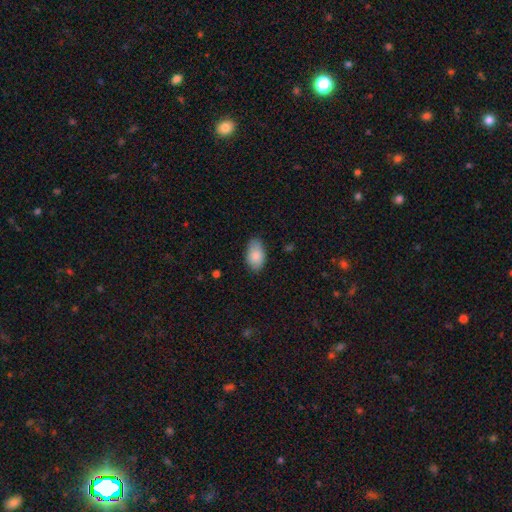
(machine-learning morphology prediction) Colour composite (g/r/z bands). It shows a smooth galaxy with no disk features (87%) that is in between round and cigar-shaped (93%). Merging: none (77%).